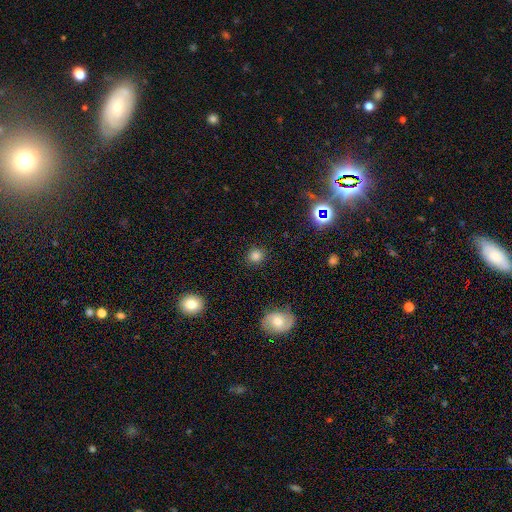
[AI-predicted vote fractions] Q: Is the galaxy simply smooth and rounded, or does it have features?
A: smooth — 79%.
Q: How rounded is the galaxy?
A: round — 85%.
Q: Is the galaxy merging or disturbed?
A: none — 88%.